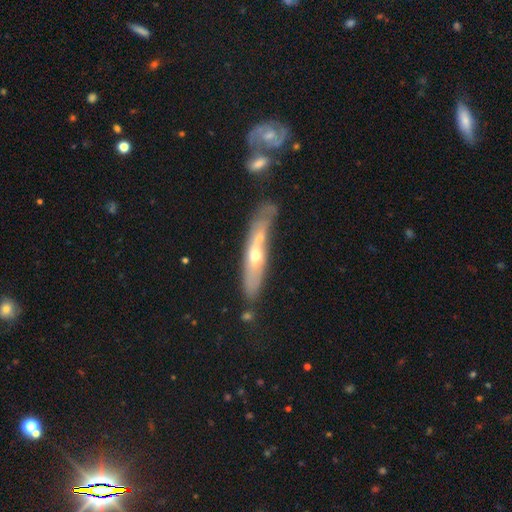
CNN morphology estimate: Smooth or featured?
  - featured or disk: 57% *
  - smooth: 37%
  - star or artifact: 7%
Edge-on disk?
  - yes: 57% *
  - no: 43%
Merging?
  - none: 48% *
  - merger: 21%
  - minor disturbance: 20%
  - major disturbance: 10%